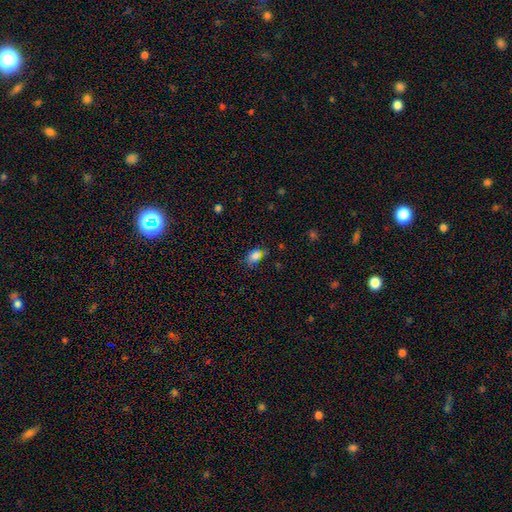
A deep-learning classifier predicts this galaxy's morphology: type=smooth (76%); roundness=in between (81%); merging=none (71%).